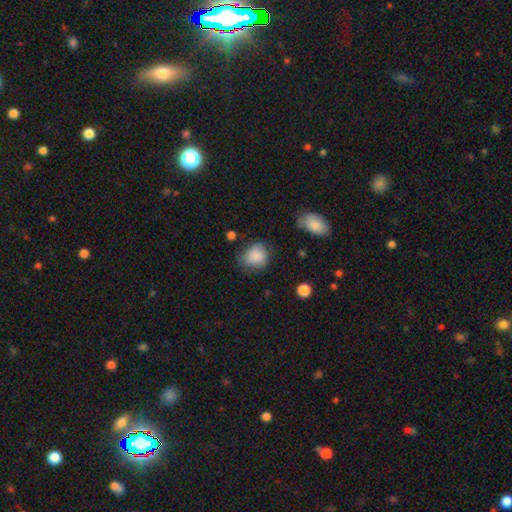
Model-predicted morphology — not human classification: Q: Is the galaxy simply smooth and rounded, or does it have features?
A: smooth — 85%.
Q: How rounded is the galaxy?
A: round — 61%.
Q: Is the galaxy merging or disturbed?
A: none — 59%.